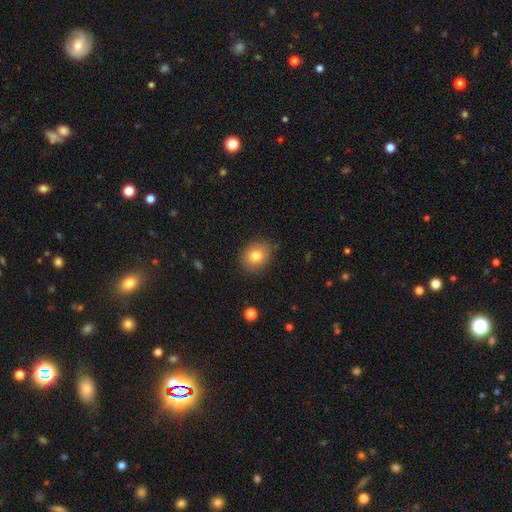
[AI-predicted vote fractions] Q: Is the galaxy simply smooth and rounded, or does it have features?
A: smooth — 81%.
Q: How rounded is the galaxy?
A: round — 50%.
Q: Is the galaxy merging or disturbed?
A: none — 84%.